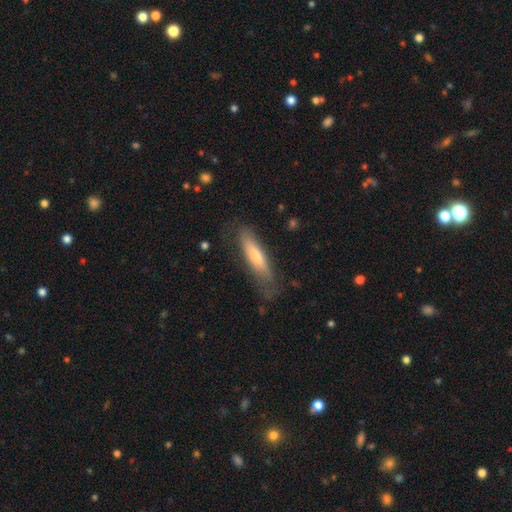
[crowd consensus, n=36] Q: Smooth or featured?
A: smooth (61%); runner-up: featured or disk (39%)
Q: How rounded?
A: cigar-shaped (95%); runner-up: in between (5%)
Q: Merging?
A: none (78%); runner-up: minor disturbance (19%)